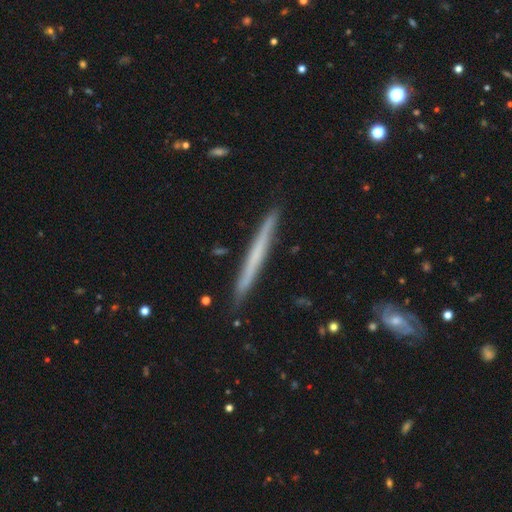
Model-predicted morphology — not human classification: Overall: featured or disk (49%; smooth 45%). Merging: none (91%).